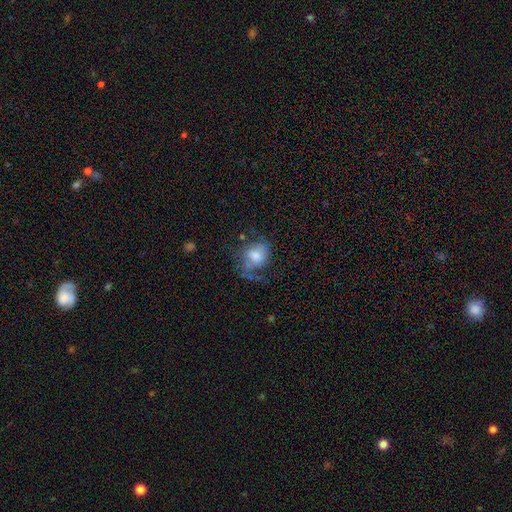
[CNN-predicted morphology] smooth_or_featured: smooth (p=0.47) [alt: featured or disk p=0.43]
merging: none (p=0.43) [alt: major disturbance p=0.27]